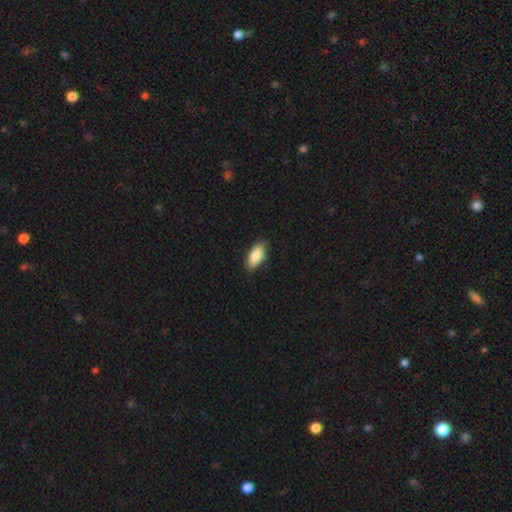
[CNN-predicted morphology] Smooth or featured: smooth — 85% (featured or disk — 9%)
How rounded: in between — 86% (cigar-shaped — 12%)
Merging: none — 88% (minor disturbance — 10%)